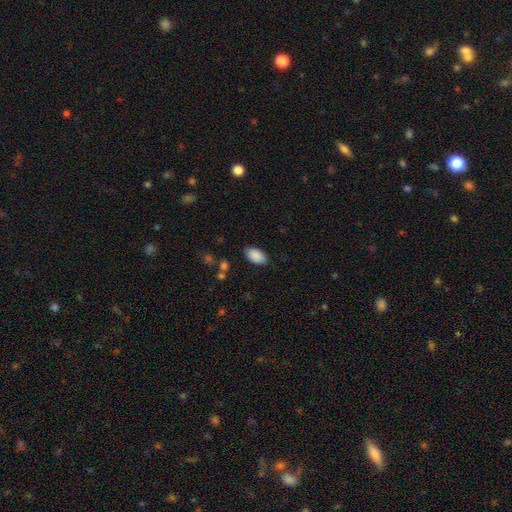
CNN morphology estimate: Smooth or featured? Predicted: smooth (p=0.90). How rounded? Predicted: in between (p=0.94). Merging? Predicted: none (p=0.85).